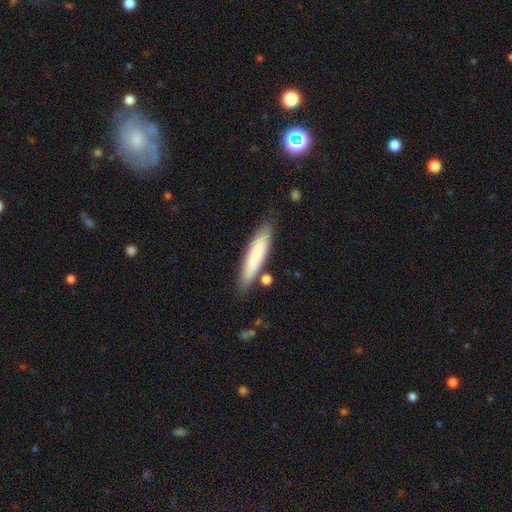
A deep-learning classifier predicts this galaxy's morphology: smooth_or_featured: smooth (p=0.77) [alt: featured or disk p=0.16]
how_rounded: cigar-shaped (p=0.81) [alt: in between p=0.18]
merging: none (p=0.80) [alt: minor disturbance p=0.12]